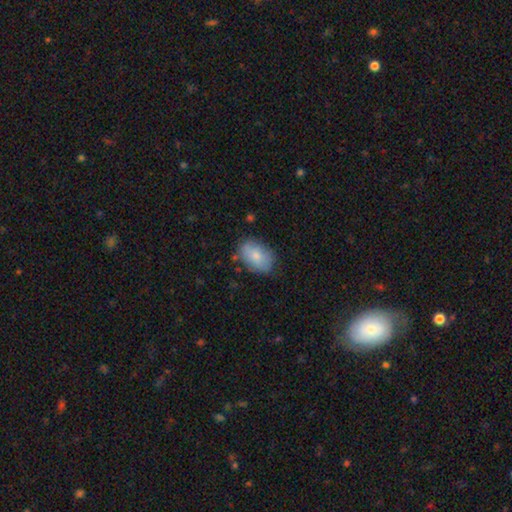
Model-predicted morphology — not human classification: A smooth galaxy with no disk features (79%) that is in between round and cigar-shaped (87%). Merging: none (78%).